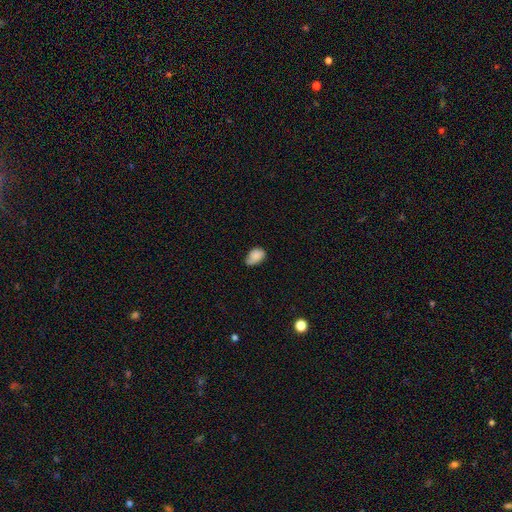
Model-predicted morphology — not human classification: Smooth or featured? smooth (83%)
How rounded? in between (85%)
Merging? none (48%)